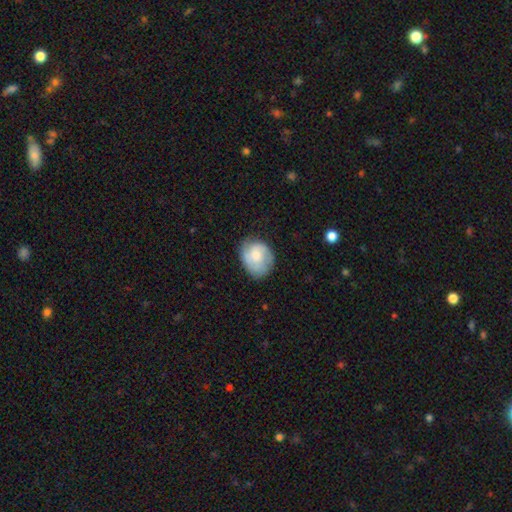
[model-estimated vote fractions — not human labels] A smooth galaxy with no disk features (49%). Merging: none (68%).